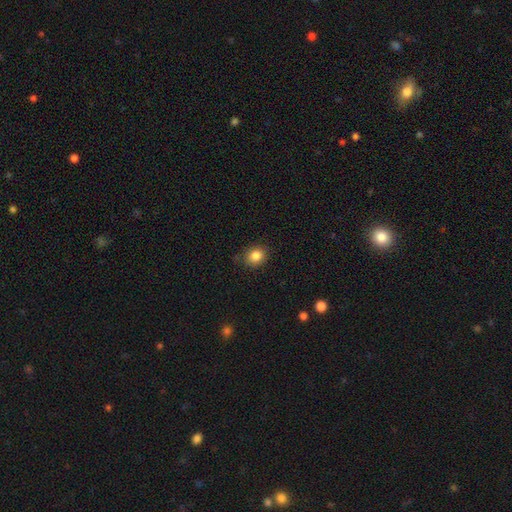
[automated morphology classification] smooth 85%, star or artifact 10%, featured or disk 6%. Down the decision tree: how rounded — round (61%); merging — none (83%).